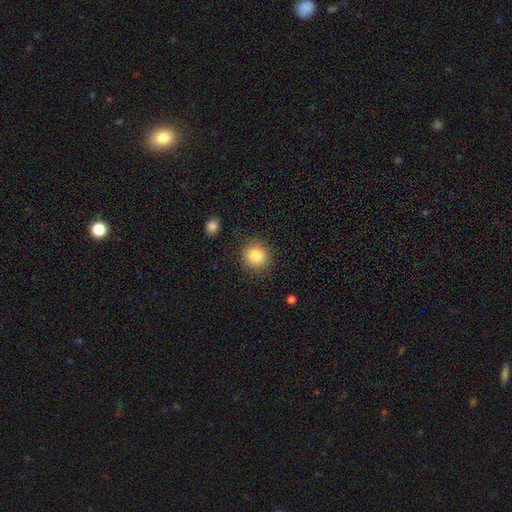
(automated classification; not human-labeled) Morphology: type=smooth (85%); roundness=round (86%); merging=none (87%).